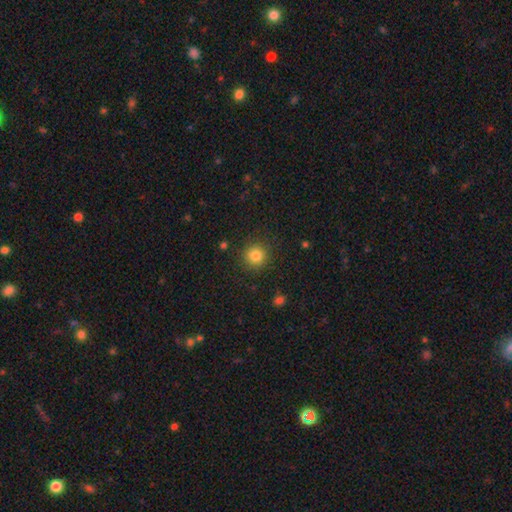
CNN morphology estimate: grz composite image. It shows a smooth galaxy with no disk features (83%) that is round (94%). Merging: none (90%).